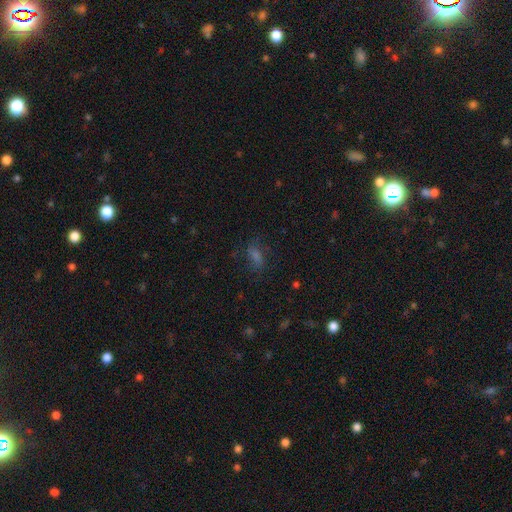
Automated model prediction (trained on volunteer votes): smooth 48%, star or artifact 30%, featured or disk 21%. Down the decision tree: merging — none (69%).